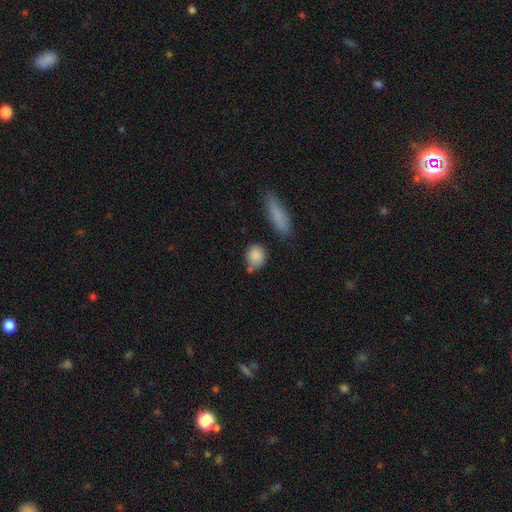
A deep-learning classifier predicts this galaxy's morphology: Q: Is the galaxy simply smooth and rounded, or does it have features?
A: smooth — 86%.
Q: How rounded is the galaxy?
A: round — 70%.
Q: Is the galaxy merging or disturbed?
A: none — 63%.